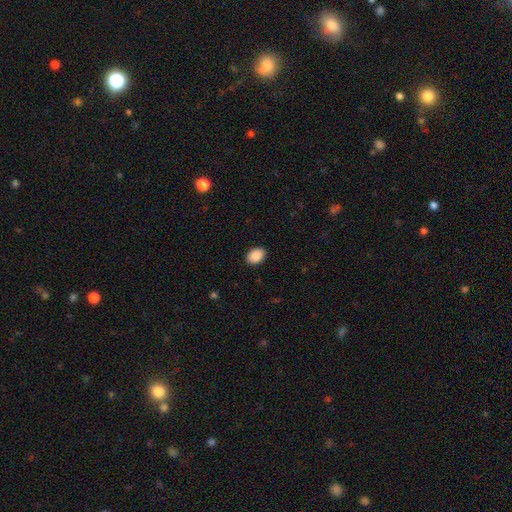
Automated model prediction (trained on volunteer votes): Smooth or featured? smooth (90%)
How rounded? in between (74%)
Merging? none (90%)